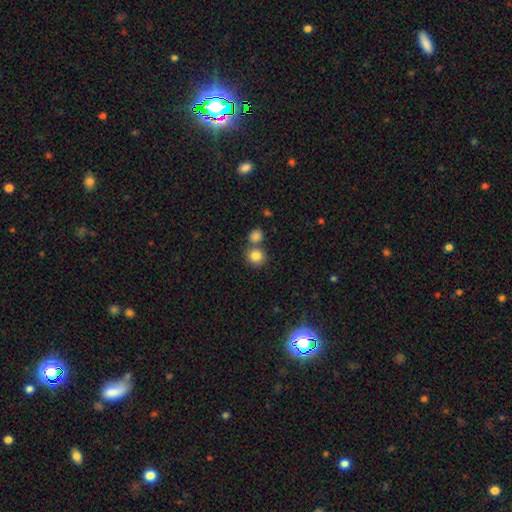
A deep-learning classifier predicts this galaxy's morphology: Q: Smooth or featured?
A: smooth (84%); runner-up: star or artifact (10%)
Q: How rounded?
A: round (85%); runner-up: in between (14%)
Q: Merging?
A: none (62%); runner-up: merger (28%)